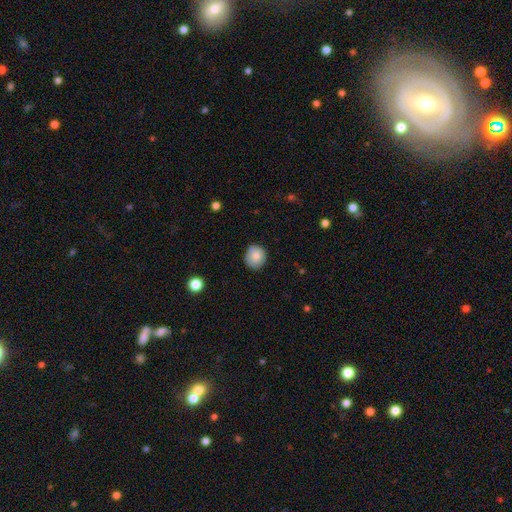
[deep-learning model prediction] Smooth or featured: smooth — 79% (featured or disk — 13%)
How rounded: round — 83% (in between — 16%)
Merging: none — 83% (minor disturbance — 13%)